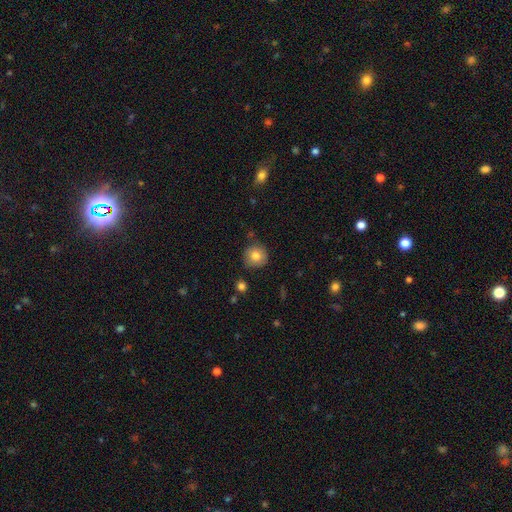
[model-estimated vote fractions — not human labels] Smooth or featured? Predicted: smooth (p=0.80). How rounded? Predicted: round (p=0.93). Merging? Predicted: none (p=0.83).